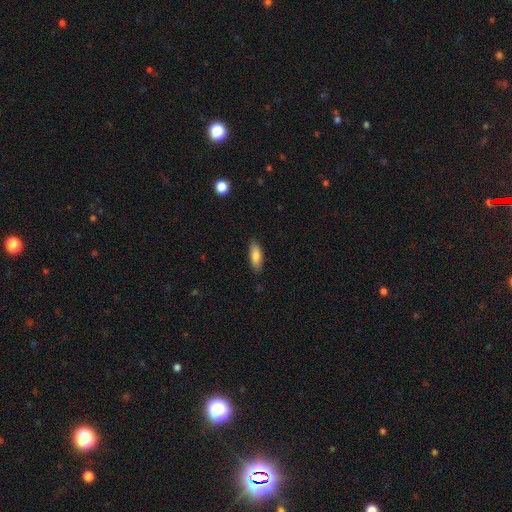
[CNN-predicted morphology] smooth_or_featured: smooth (p=0.81) [alt: featured or disk p=0.13]
how_rounded: in between (p=0.65) [alt: cigar-shaped p=0.32]
merging: none (p=0.84) [alt: minor disturbance p=0.12]